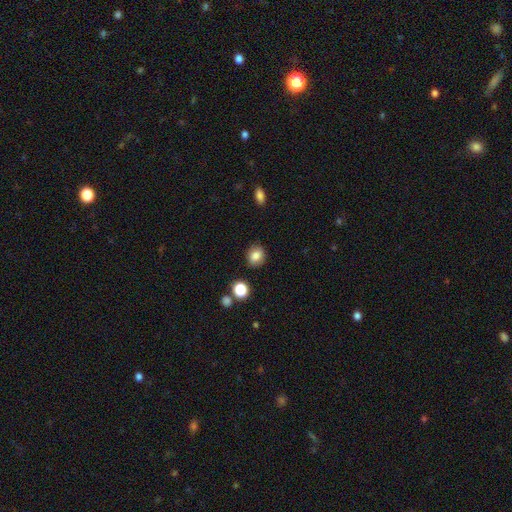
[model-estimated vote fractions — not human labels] Smooth or featured: smooth — 82% (star or artifact — 11%)
How rounded: round — 62% (in between — 37%)
Merging: none — 85% (minor disturbance — 10%)